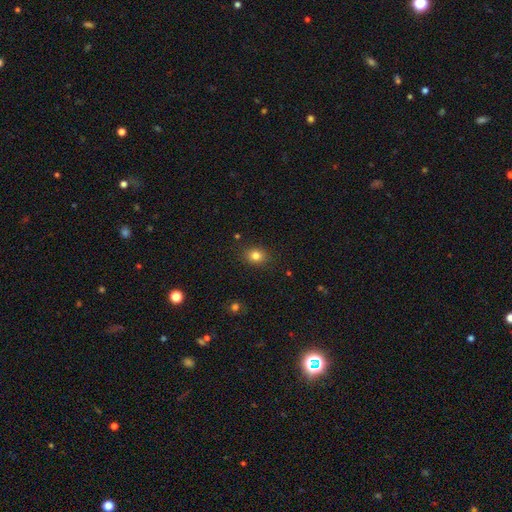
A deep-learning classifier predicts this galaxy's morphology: Overall: smooth (82%). How rounded: round (52%; in between 47%). Merging: none (87%).